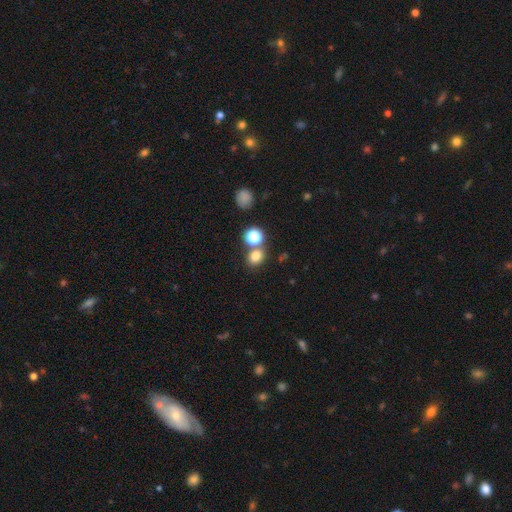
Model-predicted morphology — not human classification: smooth-or-featured: smooth: 77% | star or artifact: 17% | featured or disk: 6%
  how-rounded: round: 63% | in between: 36% | cigar-shaped: 1%
  merging: none: 65% | merger: 22% | minor disturbance: 9% | major disturbance: 4%